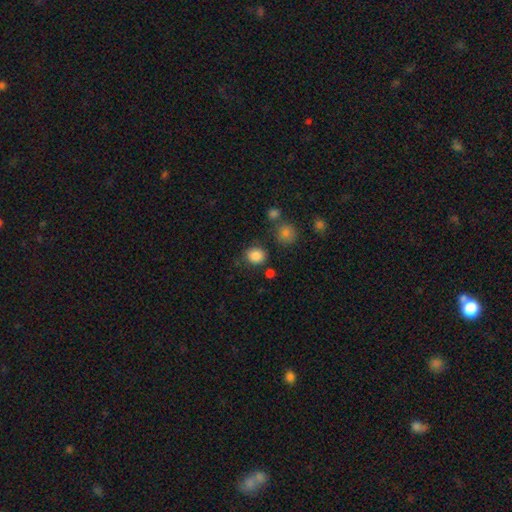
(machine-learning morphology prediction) This is clearly a smooth galaxy (85%). How rounded: likely round (72%). Merging: likely none (77%).